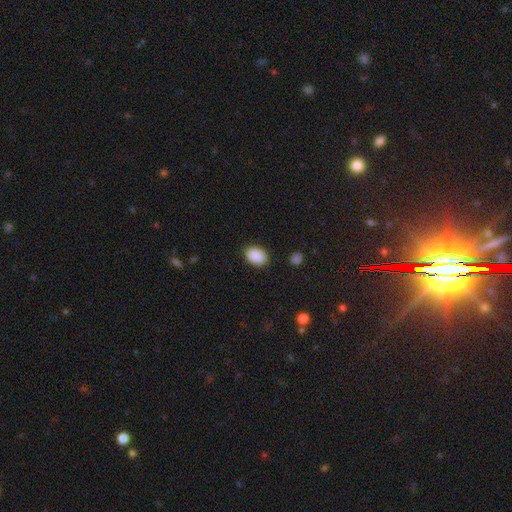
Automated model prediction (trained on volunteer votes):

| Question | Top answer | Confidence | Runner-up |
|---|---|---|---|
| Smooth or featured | smooth | 90% | star or artifact (8%) |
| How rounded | in between | 75% | round (23%) |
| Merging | none | 86% | minor disturbance (10%) |